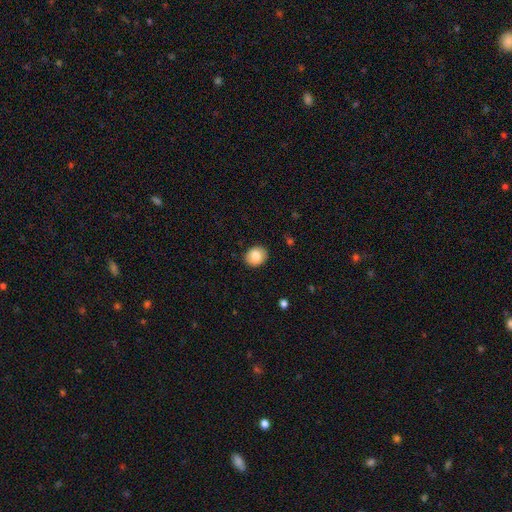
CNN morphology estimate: Smooth or featured? smooth (81%)
How rounded? round (59%)
Merging? none (88%)